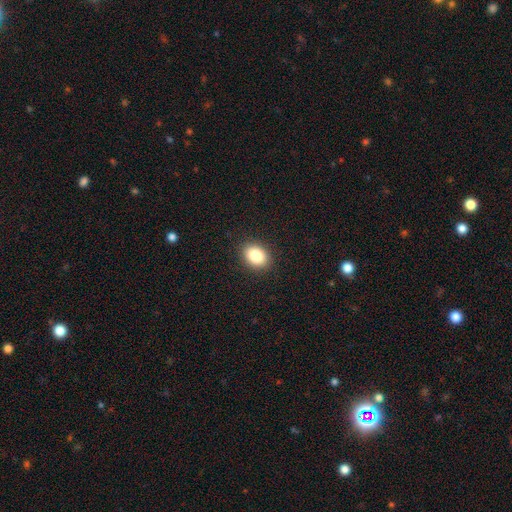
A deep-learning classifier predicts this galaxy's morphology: The model was most divided on "how rounded": in between: 68%, round: 31%, cigar-shaped: 1%. More confident: merging — none (89%); smooth or featured — smooth (85%).